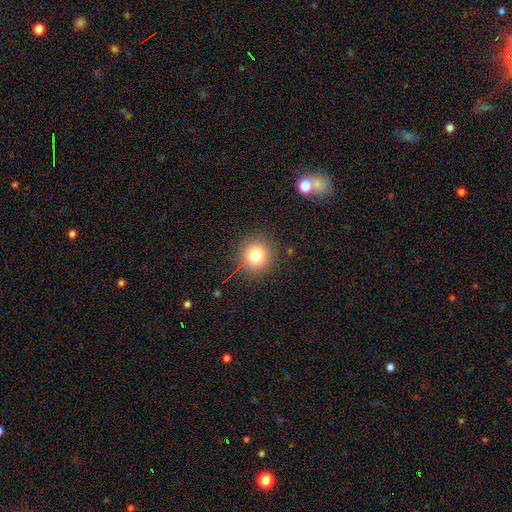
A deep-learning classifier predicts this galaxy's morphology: smooth_or_featured: smooth (p=0.77) [alt: star or artifact p=0.15]
how_rounded: round (p=0.91) [alt: in between p=0.08]
merging: none (p=0.86) [alt: minor disturbance p=0.09]